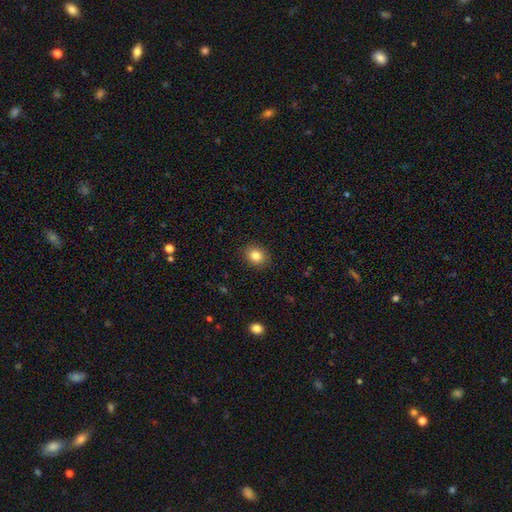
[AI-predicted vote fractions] Smooth or featured? Predicted: smooth (p=0.83). How rounded? Predicted: round (p=0.65). Merging? Predicted: none (p=0.89).